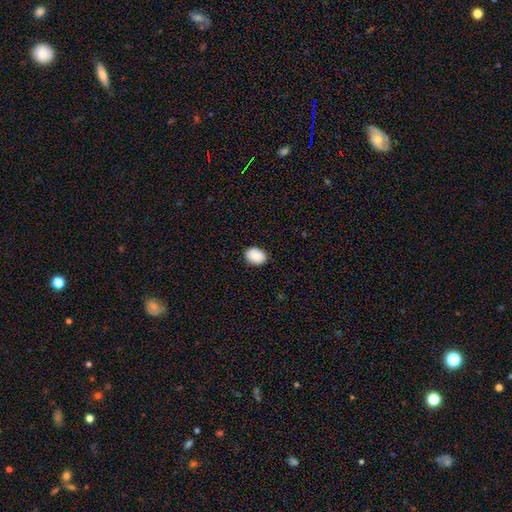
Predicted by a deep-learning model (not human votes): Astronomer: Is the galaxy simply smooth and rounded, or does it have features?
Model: smooth — 89%.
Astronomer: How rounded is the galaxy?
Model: in between — 74%.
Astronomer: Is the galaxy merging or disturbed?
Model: none — 88%.